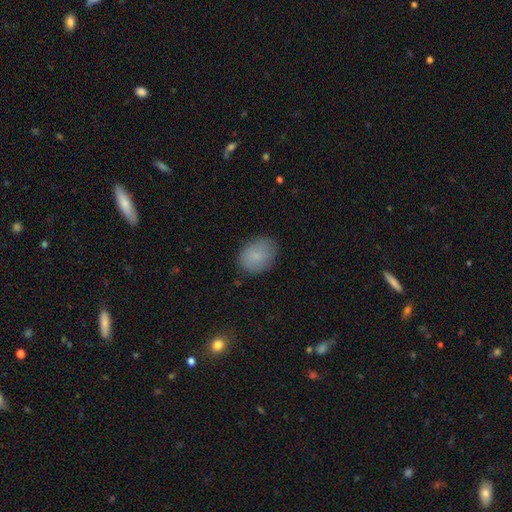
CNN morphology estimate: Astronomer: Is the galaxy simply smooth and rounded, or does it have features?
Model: smooth — 83%.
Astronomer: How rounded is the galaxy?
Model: in between — 61% (runner-up: round, 38%).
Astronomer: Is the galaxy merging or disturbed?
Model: none — 80%.